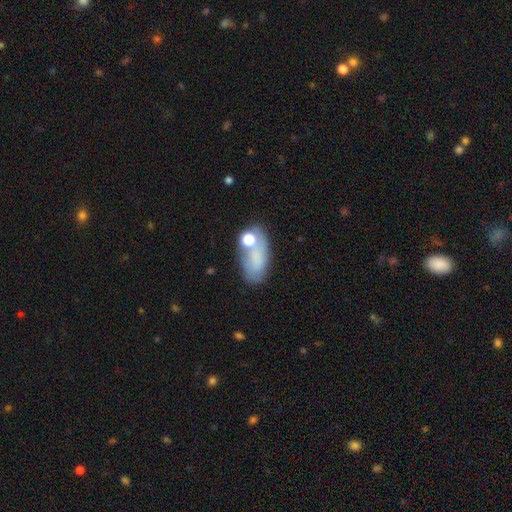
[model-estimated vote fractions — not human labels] The model was most divided on "merging": none: 48%, minor disturbance: 24%, merger: 15%, major disturbance: 13%. More confident: how rounded — in between (88%); smooth or featured — smooth (65%).